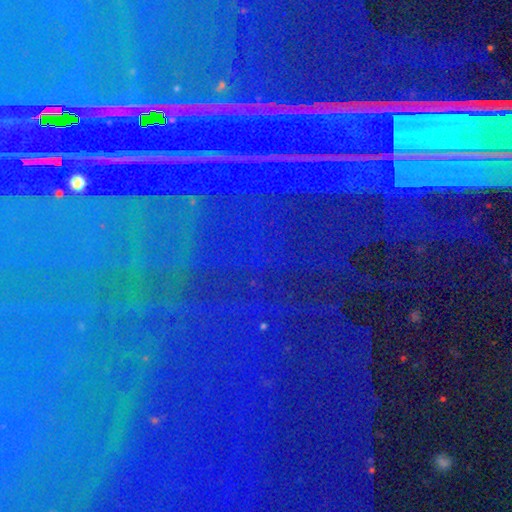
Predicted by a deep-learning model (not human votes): Smooth or featured?
  - star or artifact: 86% *
  - featured or disk: 7%
  - smooth: 7%